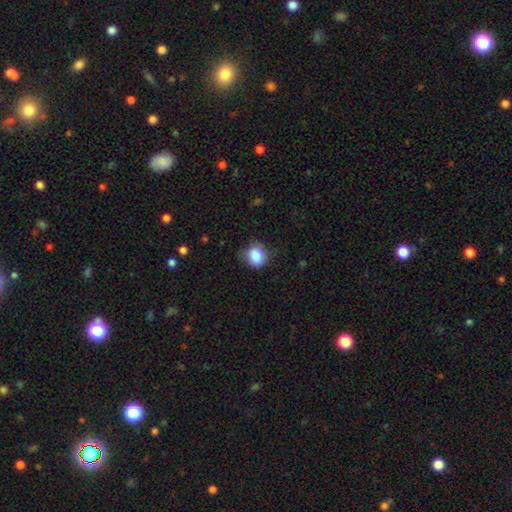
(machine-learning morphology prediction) This is clearly a smooth galaxy (87%). How rounded: possibly round (58%). Merging: likely none (65%).